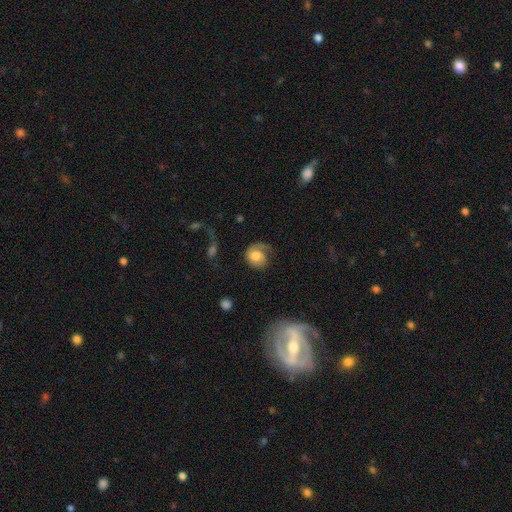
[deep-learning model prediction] A featured or disk galaxy (52%) with no bar (76%), spiral arms (87%) and a moderate central bulge (56%).

Vote fractions:
- Smooth or featured? featured or disk: 52% / smooth: 41% / star or artifact: 8%
- Edge-on disk? no: 97% / yes: 3%
- Bar? no: 76% / weak: 21% / strong: 4%
- Spiral arms? yes: 87% / no: 13%
- Bulge size? moderate: 56% / large: 23% / small: 14% / none: 3% / dominant: 3%
- Merging? none: 48% / major disturbance: 28% / minor disturbance: 21% / merger: 3%